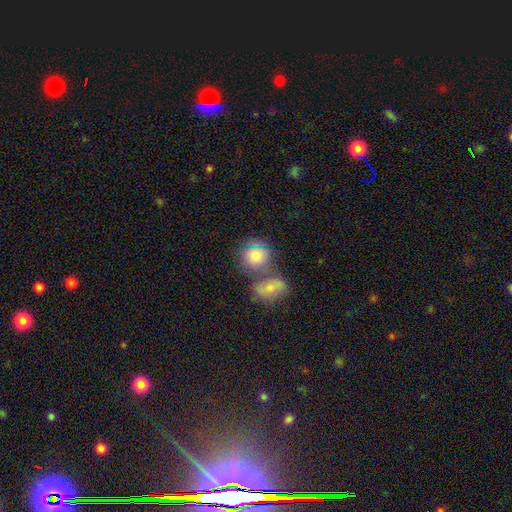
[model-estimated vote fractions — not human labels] Overall: smooth (78%). How rounded: round (77%). Merging: none (46%; merger 38%).